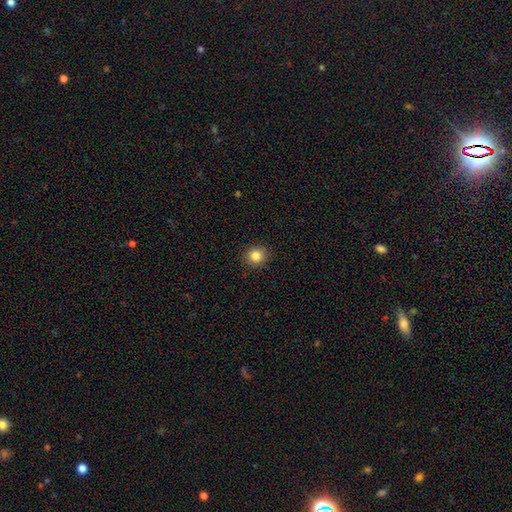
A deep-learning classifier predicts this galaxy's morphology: Overall: smooth (84%). How rounded: round (84%). Merging: none (90%).